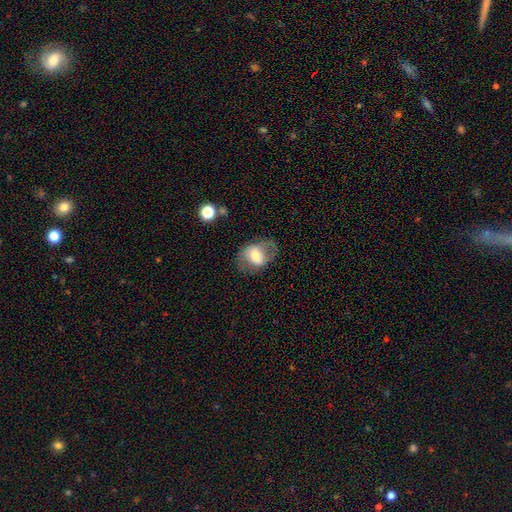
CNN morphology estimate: A smooth galaxy with no disk features (52%) that is in between round and cigar-shaped (71%).

Vote fractions:
- Smooth or featured? smooth: 52% / featured or disk: 40% / star or artifact: 8%
- How rounded? in between: 71% / round: 28% / cigar-shaped: 1%
- Merging? none: 63% / minor disturbance: 20% / major disturbance: 15% / merger: 2%